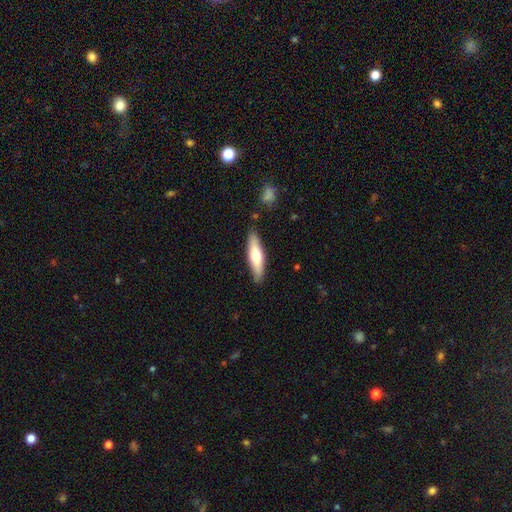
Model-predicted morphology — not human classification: Q: Smooth or featured?
A: smooth (64%); runner-up: featured or disk (31%)
Q: How rounded?
A: cigar-shaped (71%); runner-up: in between (28%)
Q: Merging?
A: none (86%); runner-up: minor disturbance (10%)